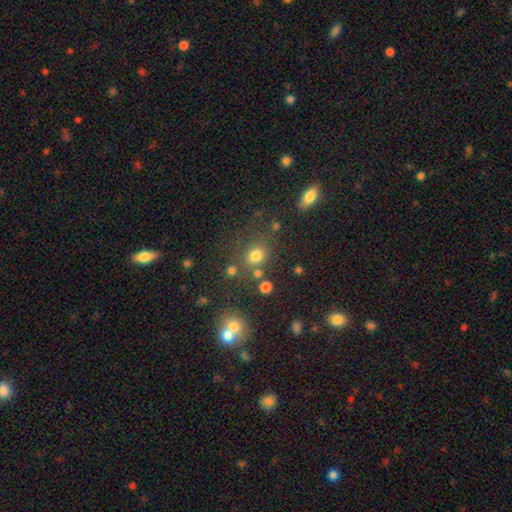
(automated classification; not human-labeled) Q: Smooth or featured?
A: smooth (74%); runner-up: star or artifact (18%)
Q: How rounded?
A: round (69%); runner-up: in between (30%)
Q: Merging?
A: none (67%); runner-up: merger (14%)